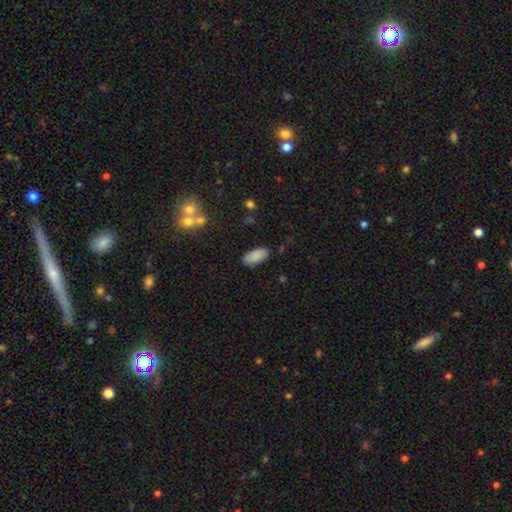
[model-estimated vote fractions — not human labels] Smooth or featured?
  - smooth: 88% *
  - star or artifact: 7%
  - featured or disk: 5%
How rounded?
  - in between: 88% *
  - cigar-shaped: 10%
  - round: 2%
Merging?
  - none: 85% *
  - minor disturbance: 11%
  - major disturbance: 2%
  - merger: 2%